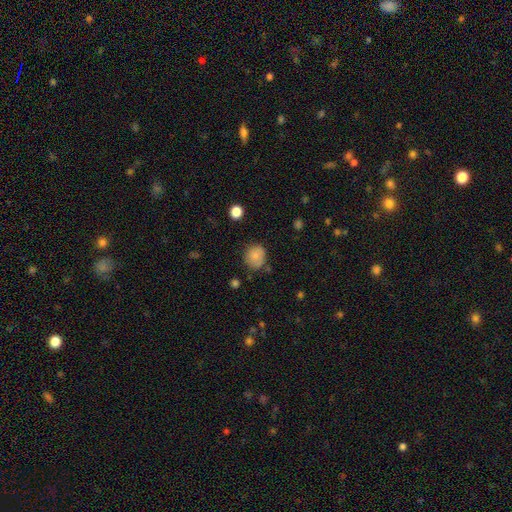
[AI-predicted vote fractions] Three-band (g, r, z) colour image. It shows a smooth galaxy with no disk features (80%) that is round (77%). Merging: none (69%).